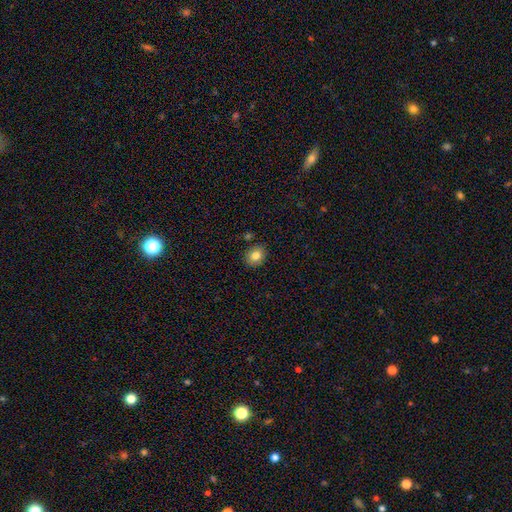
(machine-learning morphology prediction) A smooth galaxy with no disk features (81%) that is round (61%).

Vote fractions:
- Smooth or featured? smooth: 81% / star or artifact: 10% / featured or disk: 10%
- How rounded? round: 61% / in between: 39% / cigar-shaped: 1%
- Merging? none: 85% / minor disturbance: 10% / merger: 3% / major disturbance: 2%